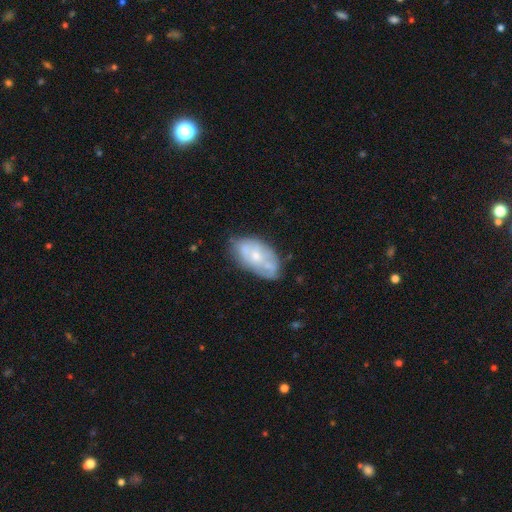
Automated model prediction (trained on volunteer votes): Smooth or featured?
  - featured or disk: 53% *
  - smooth: 40%
  - star or artifact: 7%
Edge-on disk?
  - no: 94% *
  - yes: 6%
Merging?
  - none: 57% *
  - minor disturbance: 27%
  - major disturbance: 10%
  - merger: 6%